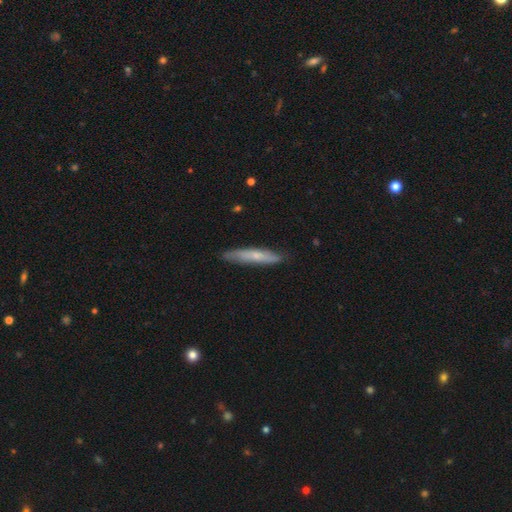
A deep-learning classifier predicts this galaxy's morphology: Smooth or featured? Predicted: smooth (p=0.54). How rounded? Predicted: cigar-shaped (p=0.90). Merging? Predicted: none (p=0.84).